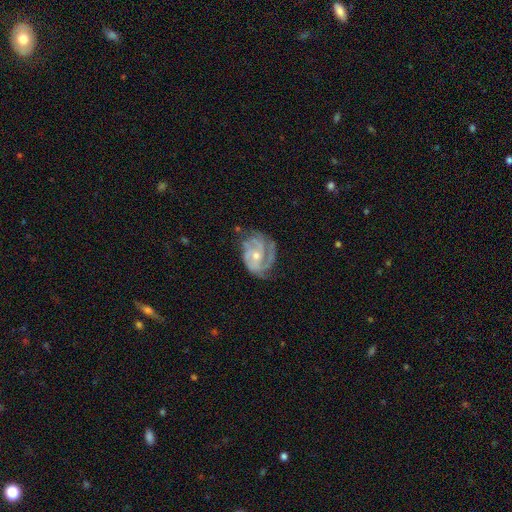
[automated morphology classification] This is clearly a featured or disk galaxy (84%). It is clearly not viewed edge-on (98%). Bar: likely no (64%). Spiral arm pattern: clearly yes (94%). Spiral arm count: marginally 3 (35%). Spiral winding: possibly tight (55%). Central bulge: possibly small (50%). Merging: likely none (60%).